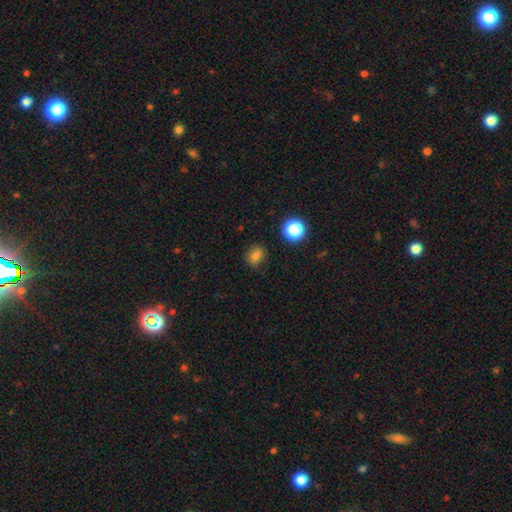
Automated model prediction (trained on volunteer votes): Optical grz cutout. It shows a smooth galaxy with no disk features (79%) that is round (73%). Merging: none (88%).